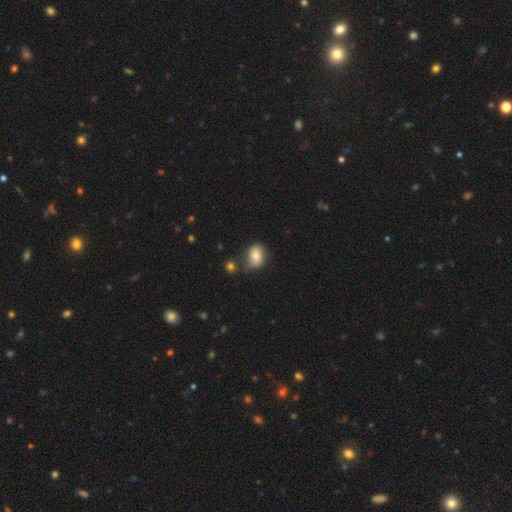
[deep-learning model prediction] Smooth or featured: smooth — 77% (featured or disk — 14%)
How rounded: in between — 63% (round — 36%)
Merging: none — 58% (minor disturbance — 25%)